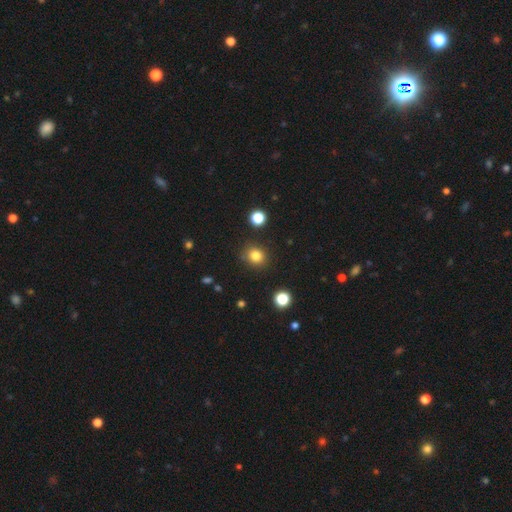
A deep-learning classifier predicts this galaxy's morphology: Overall: smooth (82%). How rounded: round (81%). Merging: none (86%).